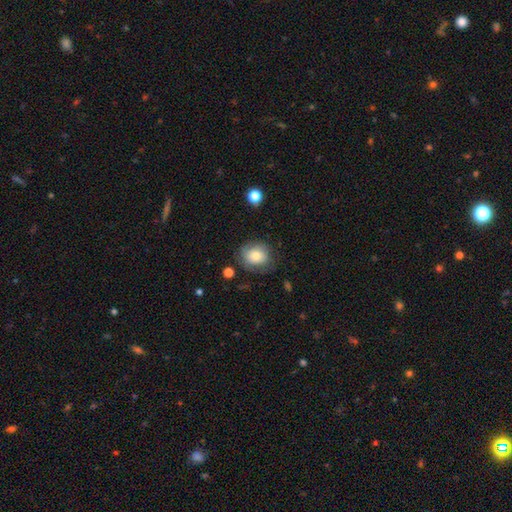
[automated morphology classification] A smooth galaxy with no disk features (67%) that is round (72%).

Vote fractions:
- Smooth or featured? smooth: 67% / featured or disk: 24% / star or artifact: 9%
- How rounded? round: 72% / in between: 28% / cigar-shaped: 1%
- Merging? none: 67% / minor disturbance: 22% / major disturbance: 10% / merger: 2%